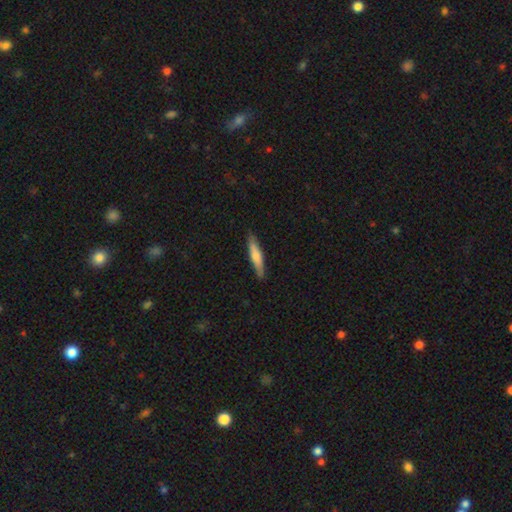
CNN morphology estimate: Q: Smooth or featured?
A: smooth (61%); runner-up: featured or disk (34%)
Q: How rounded?
A: cigar-shaped (88%); runner-up: in between (10%)
Q: Merging?
A: none (88%); runner-up: minor disturbance (9%)